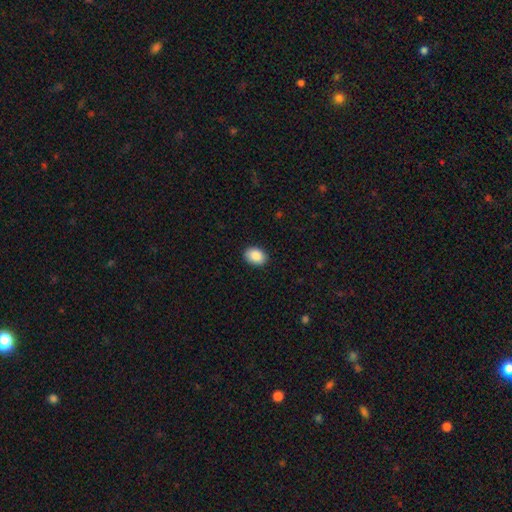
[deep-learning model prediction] The model was most divided on "how rounded": in between: 79%, round: 21%, cigar-shaped: 1%. More confident: smooth or featured — smooth (90%); merging — none (90%).